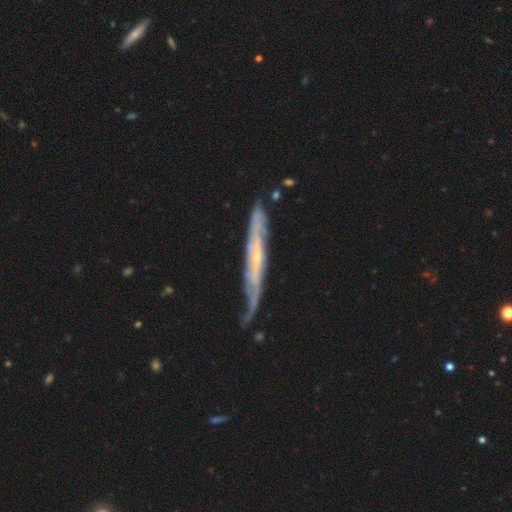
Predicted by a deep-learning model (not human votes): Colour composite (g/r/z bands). It shows a featured or disk galaxy (77%) viewed edge-on (64%). Merging: none (64%).